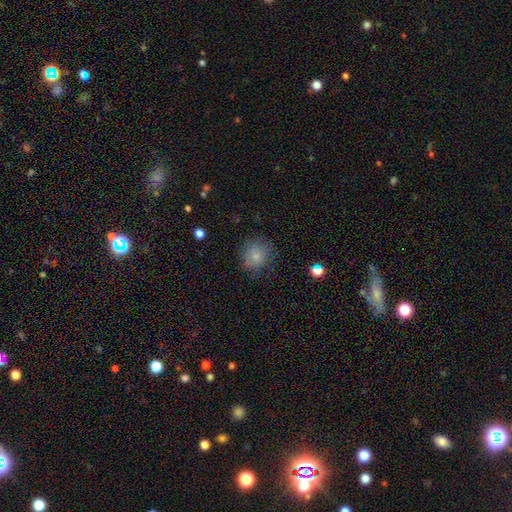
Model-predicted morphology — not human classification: This appears to be a smooth galaxy with no disk features (80%) that is round (79%). Merging: none (73%).